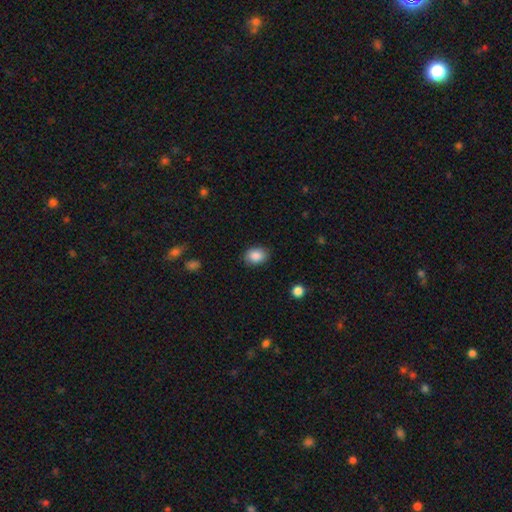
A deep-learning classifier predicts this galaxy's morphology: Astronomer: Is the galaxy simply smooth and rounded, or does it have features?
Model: smooth — 88%.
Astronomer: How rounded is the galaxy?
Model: in between — 70%.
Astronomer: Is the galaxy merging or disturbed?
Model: none — 84%.